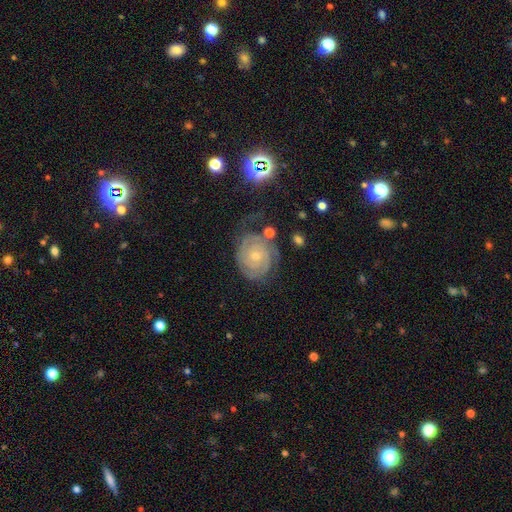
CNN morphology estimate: This appears to be a featured or disk galaxy (85%) with no bar (74%), 2 (46%) tight (81%) spiral arms (97%) and a small central bulge (66%). Merging: none (68%).